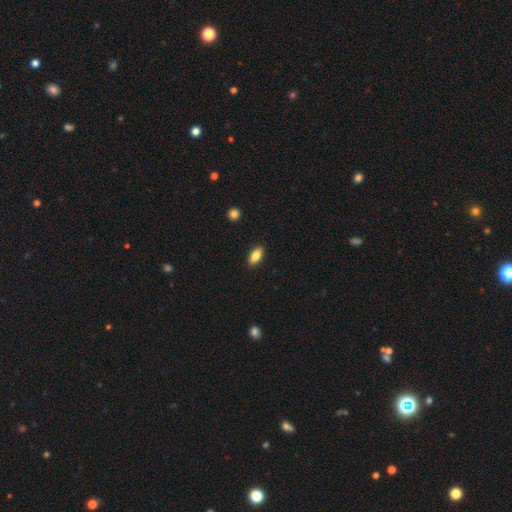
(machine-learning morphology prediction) smooth-or-featured: smooth: 82% | featured or disk: 11% | star or artifact: 7%
  how-rounded: in between: 89% | cigar-shaped: 8% | round: 3%
  merging: none: 89% | minor disturbance: 8% | major disturbance: 2% | merger: 1%